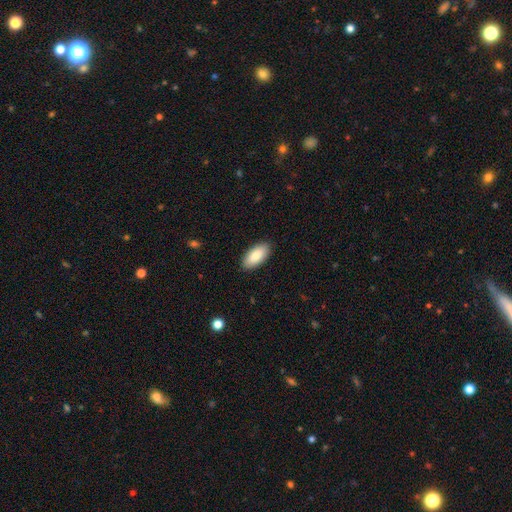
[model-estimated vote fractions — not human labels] Morphology: type=smooth (85%); roundness=in between (92%); merging=none (89%).